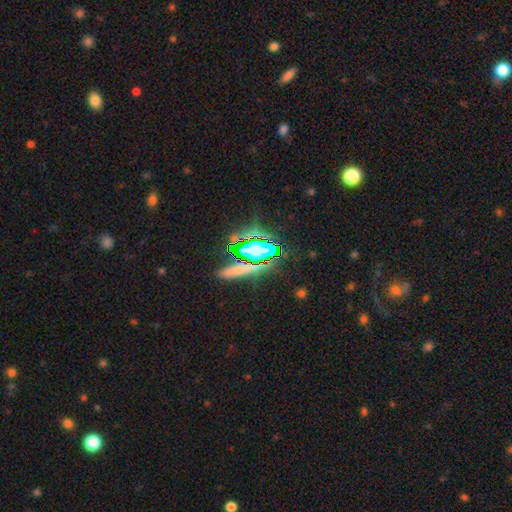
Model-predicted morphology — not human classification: Smooth or featured: star or artifact — 82% (smooth — 10%)